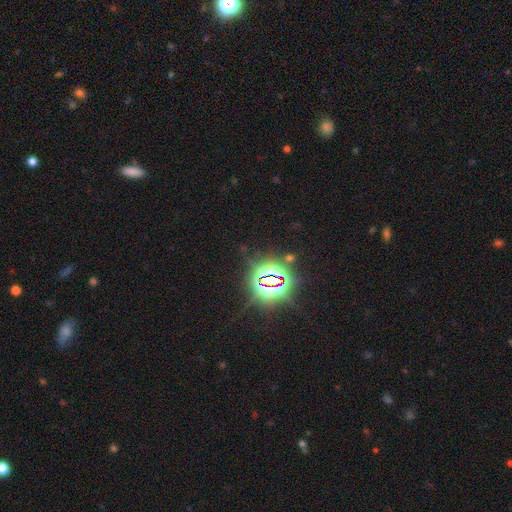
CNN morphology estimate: star or artifact 82%, smooth 10%, featured or disk 7%.